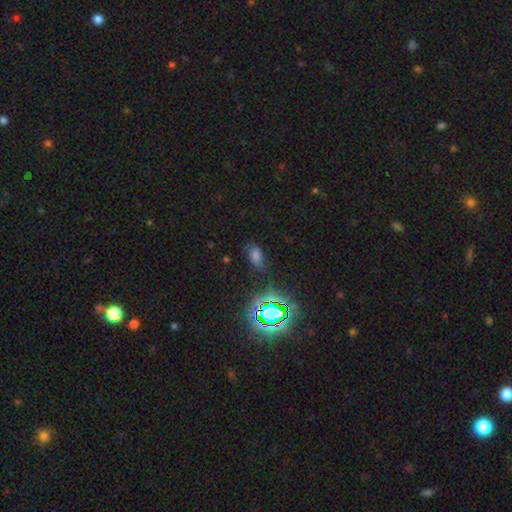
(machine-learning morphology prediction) Smooth or featured? Predicted: smooth (p=0.50). Merging? Predicted: none (p=0.73).